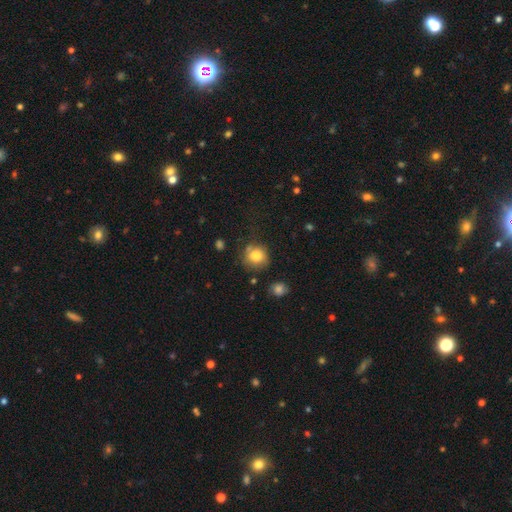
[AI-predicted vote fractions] Overall: smooth (80%). How rounded: round (85%). Merging: none (66%).